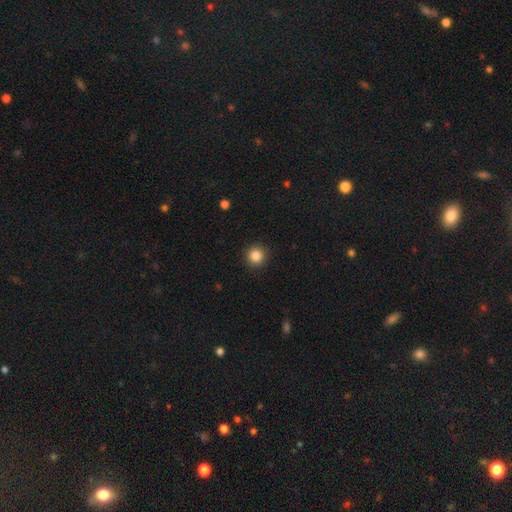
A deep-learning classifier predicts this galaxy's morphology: smooth_or_featured: smooth (p=0.85) [alt: star or artifact p=0.11]
how_rounded: round (p=0.94) [alt: in between p=0.05]
merging: none (p=0.92) [alt: minor disturbance p=0.05]